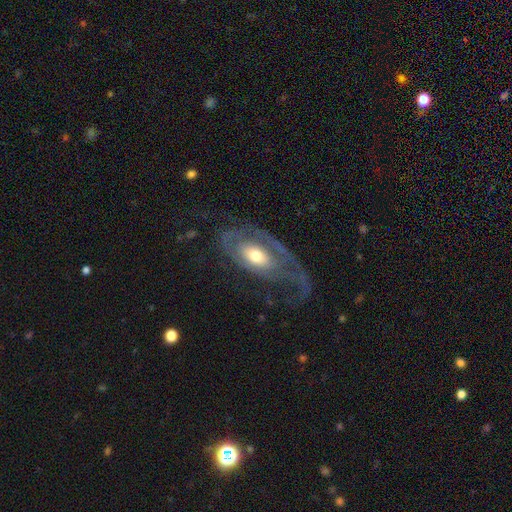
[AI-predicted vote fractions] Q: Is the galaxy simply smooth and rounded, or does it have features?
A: featured or disk — 71%.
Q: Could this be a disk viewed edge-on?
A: no — 91%.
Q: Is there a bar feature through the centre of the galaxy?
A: no — 72%.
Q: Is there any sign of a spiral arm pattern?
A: yes — 70%.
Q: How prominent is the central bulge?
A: moderate — 65%.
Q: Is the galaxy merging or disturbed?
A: major disturbance — 44%.